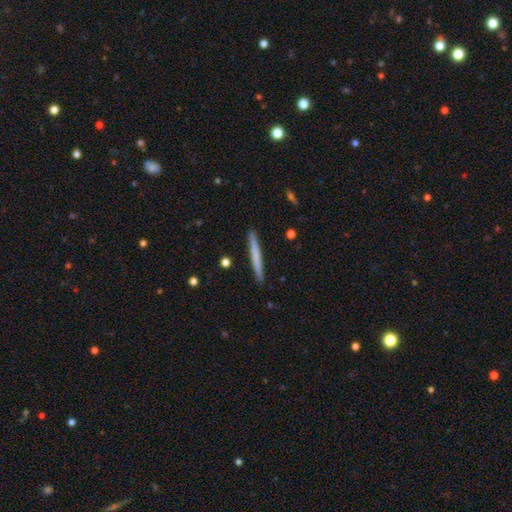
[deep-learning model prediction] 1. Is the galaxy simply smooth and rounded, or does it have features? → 63% smooth, 31% featured or disk, 5% star or artifact.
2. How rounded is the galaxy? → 97% cigar-shaped, 2% in between, 1% round.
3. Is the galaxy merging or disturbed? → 92% none, 5% minor disturbance, 1% major disturbance, 1% merger.